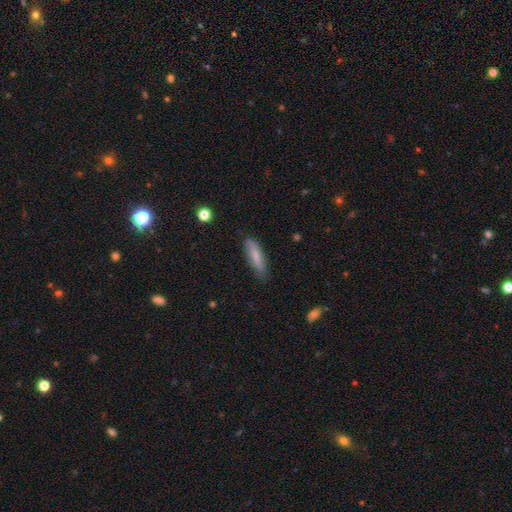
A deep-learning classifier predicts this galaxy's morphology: Q: Smooth or featured?
A: smooth (76%); runner-up: featured or disk (17%)
Q: How rounded?
A: cigar-shaped (66%); runner-up: in between (33%)
Q: Merging?
A: none (80%); runner-up: minor disturbance (16%)